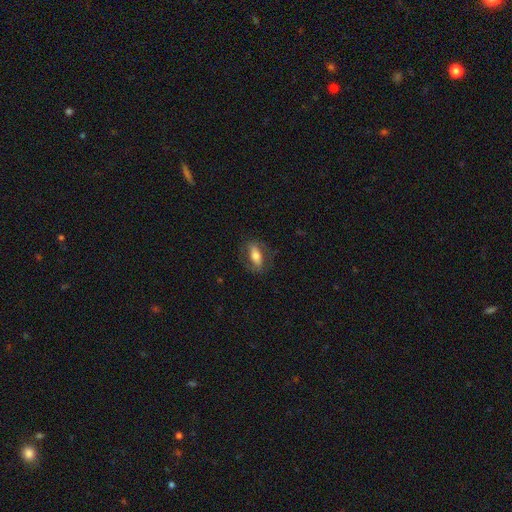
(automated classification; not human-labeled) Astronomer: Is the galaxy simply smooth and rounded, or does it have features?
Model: smooth — 52% (runner-up: featured or disk, 40%).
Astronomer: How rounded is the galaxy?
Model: in between — 76%.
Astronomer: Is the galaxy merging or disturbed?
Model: none — 73%.